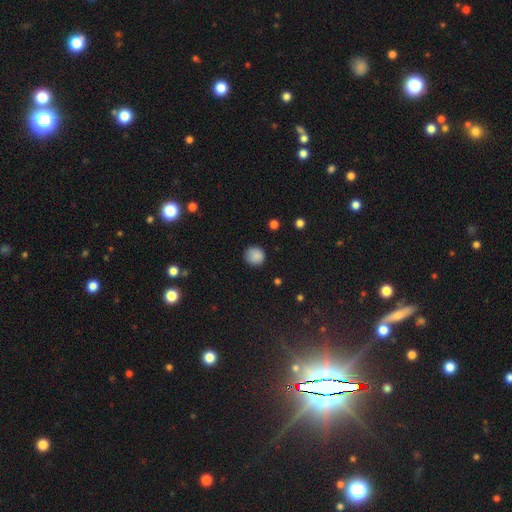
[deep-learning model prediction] Morphology: type=smooth (87%); roundness=round (91%); merging=none (86%).